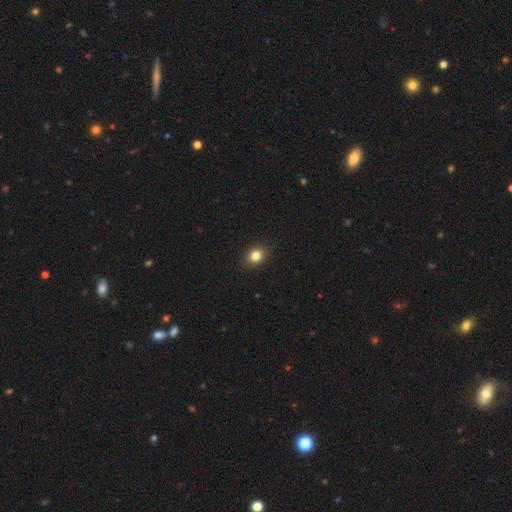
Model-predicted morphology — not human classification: A smooth galaxy with no disk features (83%) that is round (62%).

Vote fractions:
- Smooth or featured? smooth: 83% / star or artifact: 11% / featured or disk: 5%
- How rounded? round: 62% / in between: 37% / cigar-shaped: 1%
- Merging? none: 90% / minor disturbance: 7% / major disturbance: 2% / merger: 1%